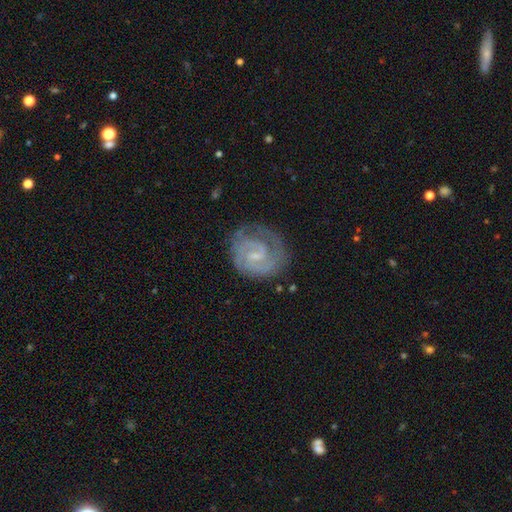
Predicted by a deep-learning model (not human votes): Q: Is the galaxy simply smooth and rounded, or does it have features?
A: featured or disk — 85%.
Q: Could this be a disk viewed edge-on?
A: no — 98%.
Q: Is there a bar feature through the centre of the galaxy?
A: weak — 60%.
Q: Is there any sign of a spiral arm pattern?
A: yes — 96%.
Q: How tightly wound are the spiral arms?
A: tight — 56%.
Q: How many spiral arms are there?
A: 2 — 68%.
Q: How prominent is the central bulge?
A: small — 61%.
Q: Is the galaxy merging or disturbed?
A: none — 71%.